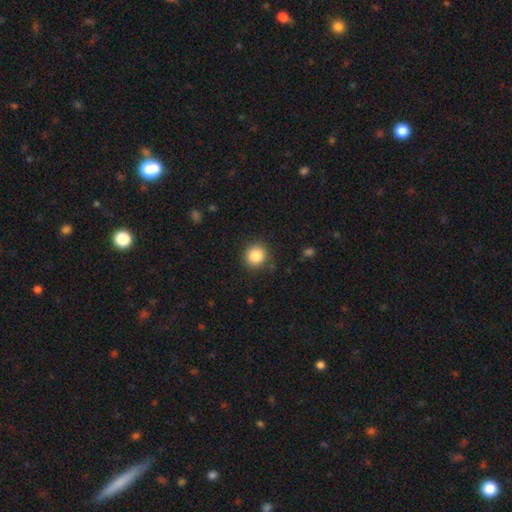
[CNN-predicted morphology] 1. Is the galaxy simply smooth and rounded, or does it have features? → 86% smooth, 10% star or artifact, 4% featured or disk.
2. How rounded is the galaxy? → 90% round, 10% in between, 1% cigar-shaped.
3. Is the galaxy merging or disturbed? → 89% none, 8% minor disturbance, 2% major disturbance, 1% merger.